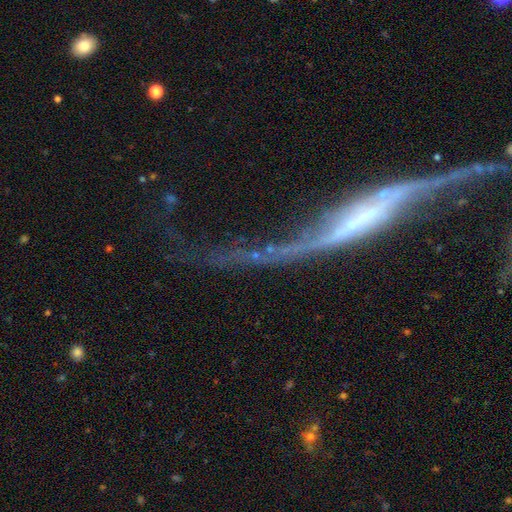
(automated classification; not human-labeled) Overall: featured or disk (76%). Edge-on disk: no (58%; yes 42%). Merging: major disturbance (42%; none 31%).